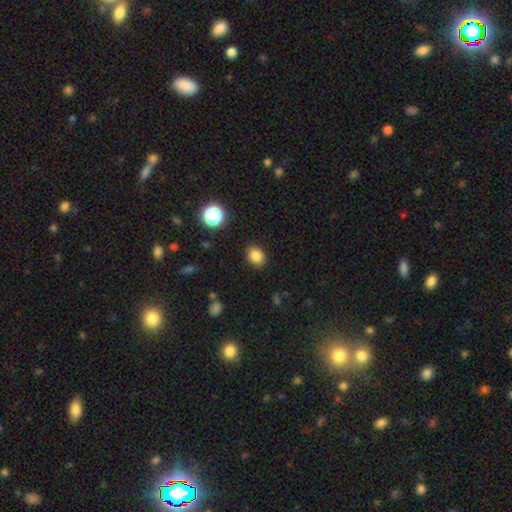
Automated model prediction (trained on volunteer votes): Smooth or featured?
  - smooth: 84% *
  - star or artifact: 12%
  - featured or disk: 5%
How rounded?
  - in between: 54% *
  - round: 45%
  - cigar-shaped: 1%
Merging?
  - none: 87% *
  - minor disturbance: 9%
  - major disturbance: 3%
  - merger: 1%